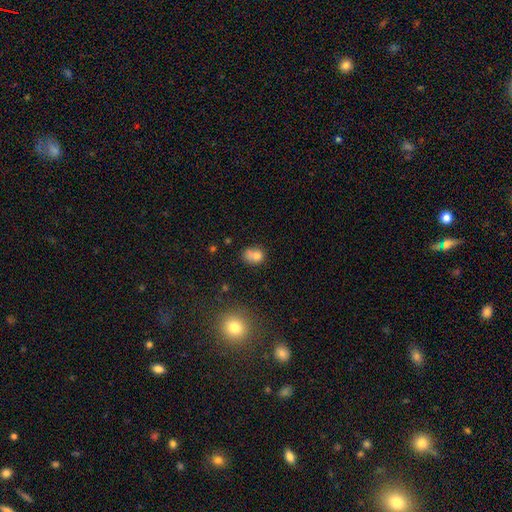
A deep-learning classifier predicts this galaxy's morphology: Smooth or featured? Predicted: smooth (p=0.73). How rounded? Predicted: round (p=0.52). Merging? Predicted: merger (p=0.40).